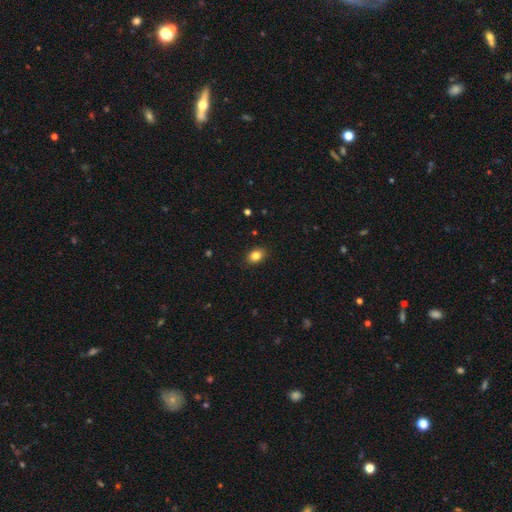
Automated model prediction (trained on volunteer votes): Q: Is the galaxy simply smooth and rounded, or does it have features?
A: smooth — 84%.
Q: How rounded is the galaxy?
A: in between — 70%.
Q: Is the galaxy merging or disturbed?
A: none — 88%.